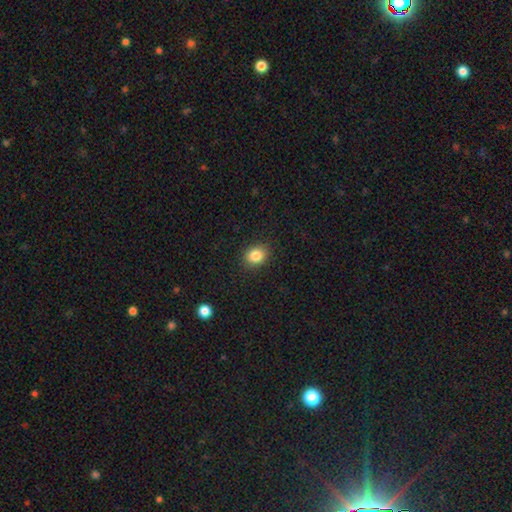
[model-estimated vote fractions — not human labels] This appears to be a smooth galaxy with no disk features (85%) that is round (57%). Merging: none (89%).